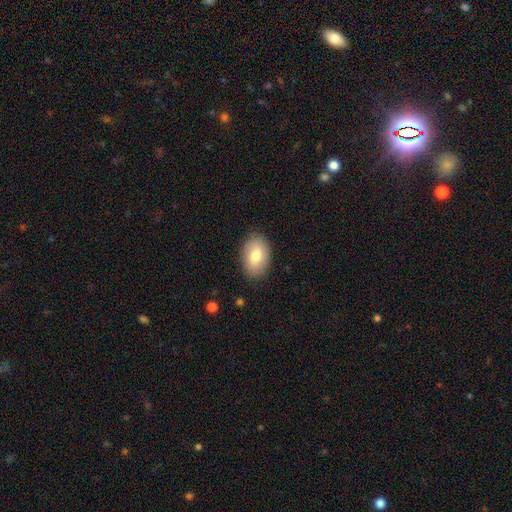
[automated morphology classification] smooth 78%, featured or disk 16%, star or artifact 7%. Down the decision tree: how rounded — in between (88%); merging — none (86%).